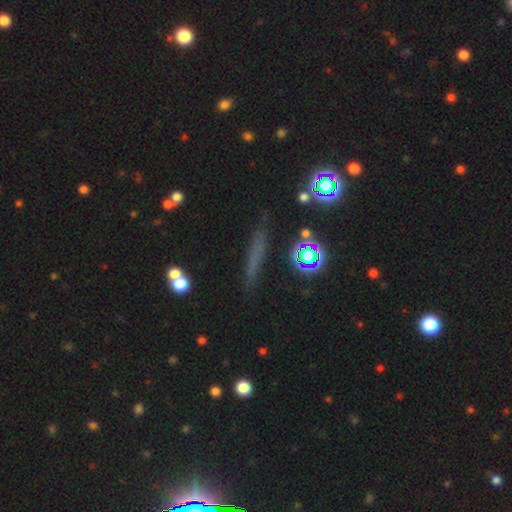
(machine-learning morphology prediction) Smooth or featured? smooth (47%)
Merging? none (85%)